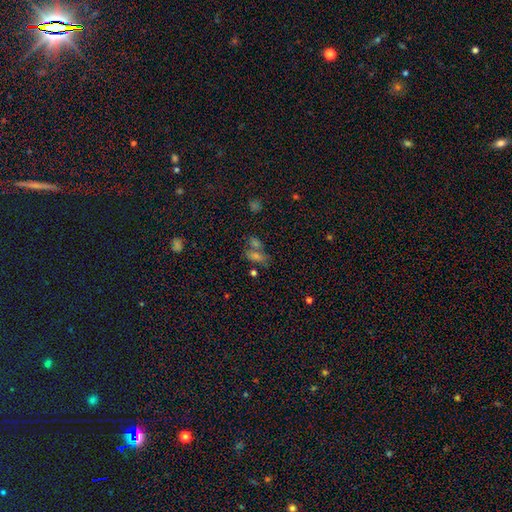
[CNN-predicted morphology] smooth_or_featured: smooth (p=0.48) [alt: star or artifact p=0.35]
merging: none (p=0.49) [alt: merger p=0.31]